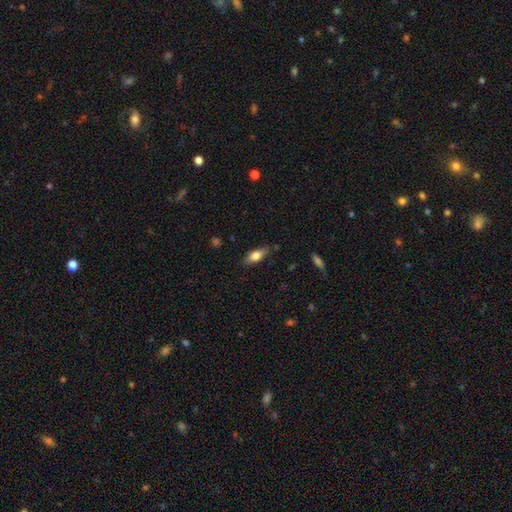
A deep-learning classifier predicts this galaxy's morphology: Q: Smooth or featured?
A: smooth (71%); runner-up: featured or disk (22%)
Q: How rounded?
A: in between (72%); runner-up: cigar-shaped (25%)
Q: Merging?
A: none (79%); runner-up: minor disturbance (16%)